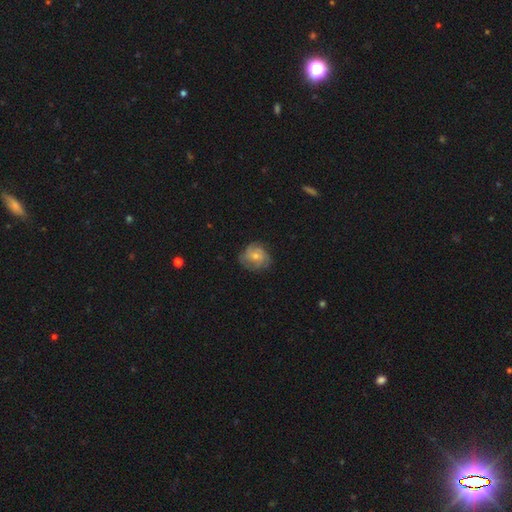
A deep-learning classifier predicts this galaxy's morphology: Smooth or featured: featured or disk — 67% (smooth — 26%)
Edge-on disk: no — 98% (yes — 2%)
Bar: no — 66% (weak — 30%)
Spiral arms: yes — 90% (no — 10%)
Spiral winding: tight — 50% (medium — 38%)
Spiral arm count: 3 — 33% (can't tell — 27%)
Bulge size: small — 54% (moderate — 41%)
Merging: none — 72% (minor disturbance — 20%)